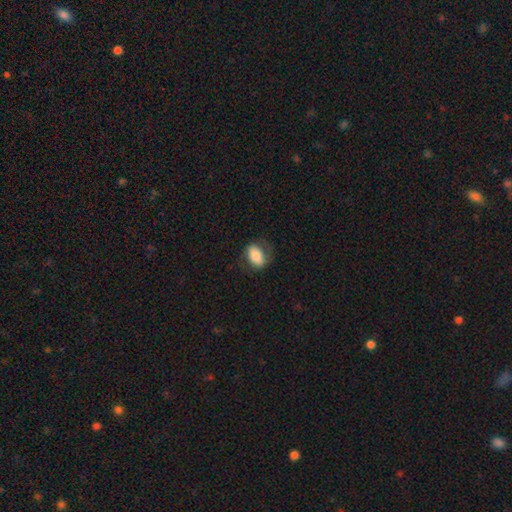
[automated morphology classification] A smooth galaxy with no disk features (75%) that is in between round and cigar-shaped (85%).

Vote fractions:
- Smooth or featured? smooth: 75% / featured or disk: 18% / star or artifact: 7%
- How rounded? in between: 85% / round: 13% / cigar-shaped: 2%
- Merging? none: 69% / minor disturbance: 20% / major disturbance: 10% / merger: 1%